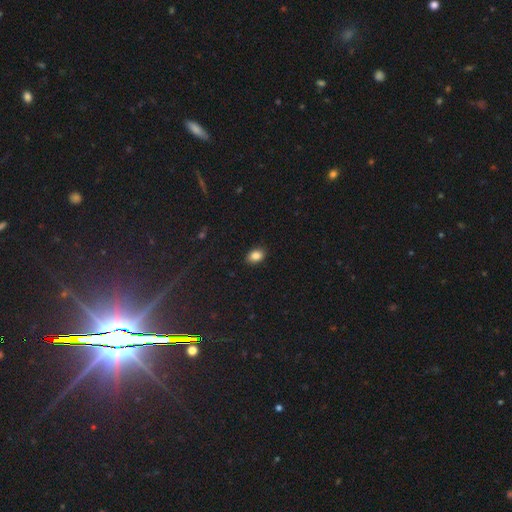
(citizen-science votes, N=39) Overall: smooth (90%). How rounded: in between (74%). Merging: none (92%).